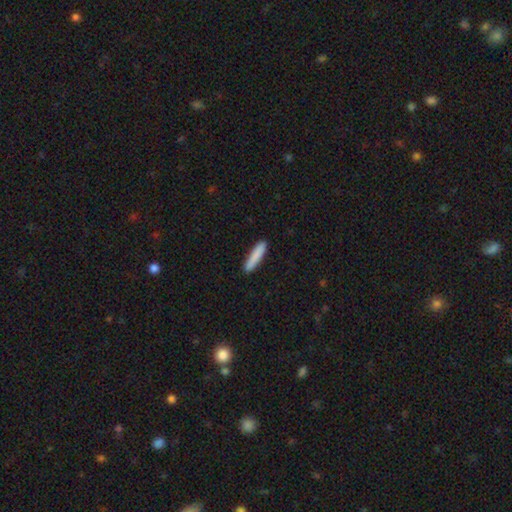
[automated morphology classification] smooth-or-featured: smooth: 86% | featured or disk: 8% | star or artifact: 6%
  how-rounded: cigar-shaped: 89% | in between: 10% | round: 1%
  merging: none: 90% | minor disturbance: 8% | major disturbance: 2% | merger: 1%